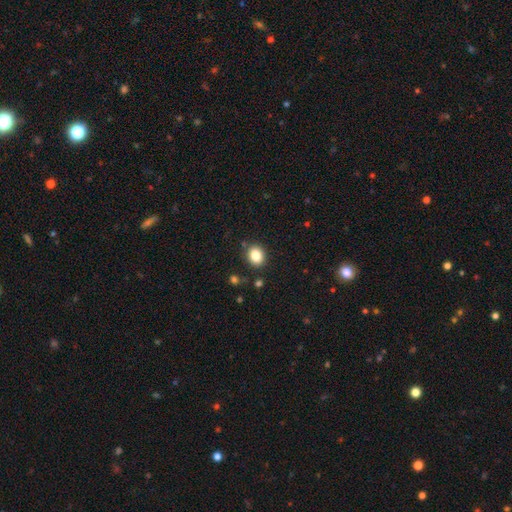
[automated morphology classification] This appears to be a smooth galaxy with no disk features (84%) that is round (57%). Merging: none (86%).